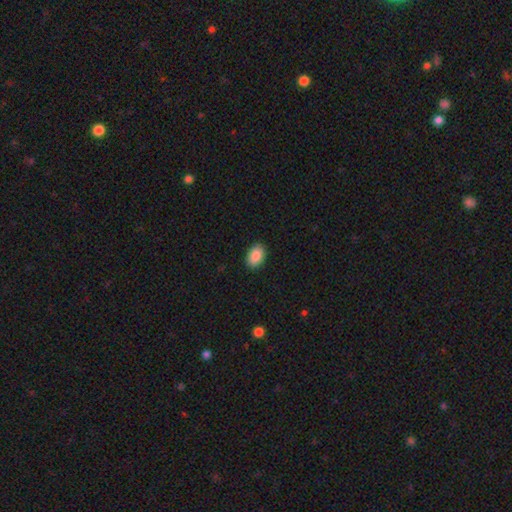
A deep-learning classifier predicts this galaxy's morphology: Smooth or featured? smooth (89%)
How rounded? in between (88%)
Merging? none (89%)